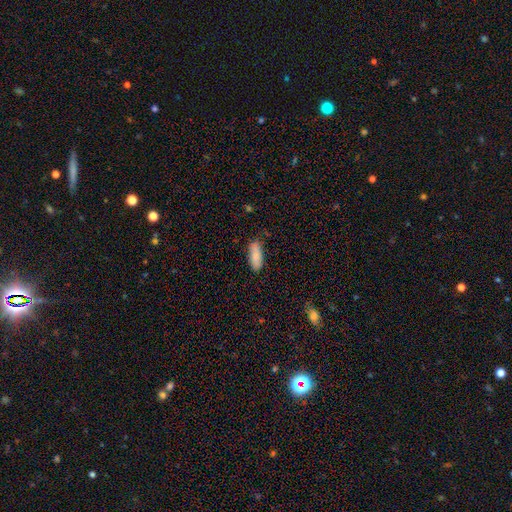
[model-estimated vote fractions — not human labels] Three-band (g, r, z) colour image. It shows a smooth galaxy with no disk features (83%) that is in between round and cigar-shaped (69%). Merging: none (80%).